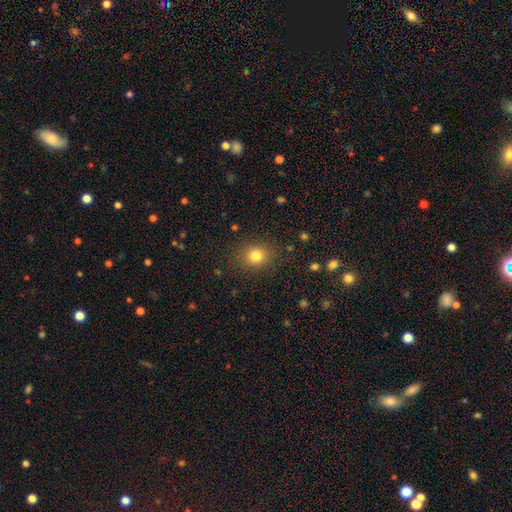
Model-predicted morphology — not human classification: Overall: smooth (80%). How rounded: round (75%). Merging: none (86%).